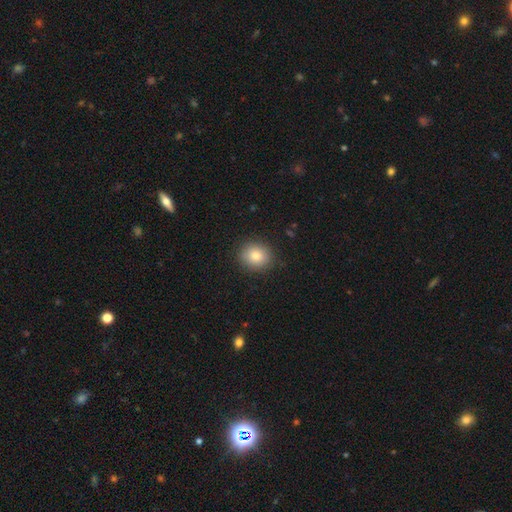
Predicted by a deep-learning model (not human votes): smooth_or_featured: smooth (p=0.82) [alt: star or artifact p=0.10]
how_rounded: round (p=0.80) [alt: in between p=0.19]
merging: none (p=0.89) [alt: minor disturbance p=0.08]